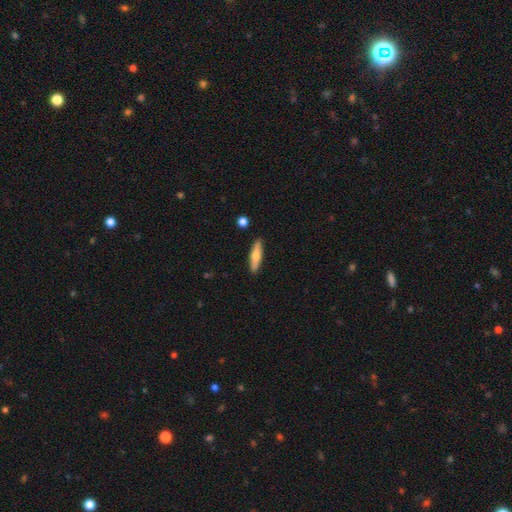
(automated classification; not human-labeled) smooth-or-featured: smooth: 62% | featured or disk: 32% | star or artifact: 6%
  how-rounded: cigar-shaped: 78% | in between: 20% | round: 2%
  merging: none: 89% | minor disturbance: 8% | merger: 2% | major disturbance: 2%